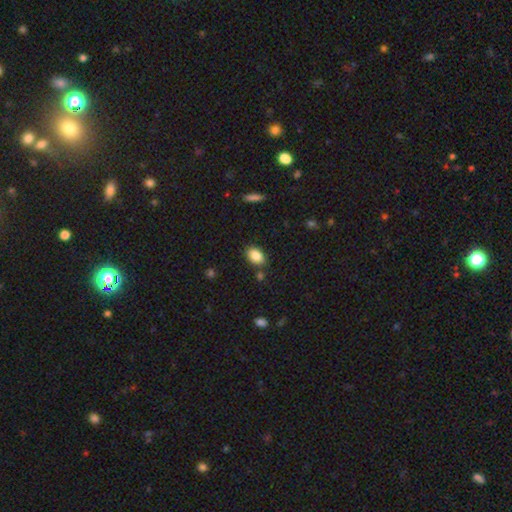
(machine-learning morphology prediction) type=smooth (87%); roundness=in between (85%); merging=none (82%).